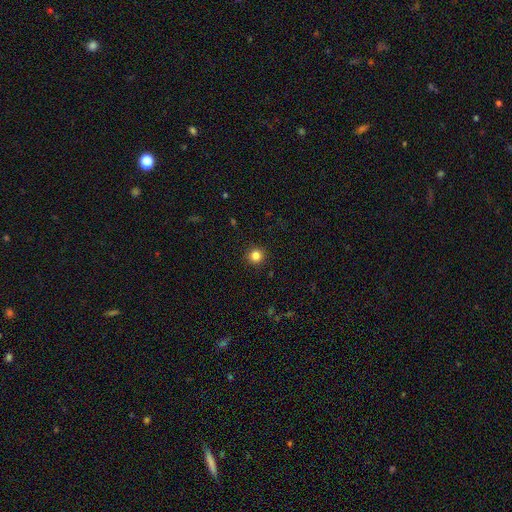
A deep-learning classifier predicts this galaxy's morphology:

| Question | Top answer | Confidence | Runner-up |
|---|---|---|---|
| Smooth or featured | smooth | 84% | star or artifact (12%) |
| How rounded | round | 94% | in between (5%) |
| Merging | none | 92% | minor disturbance (5%) |